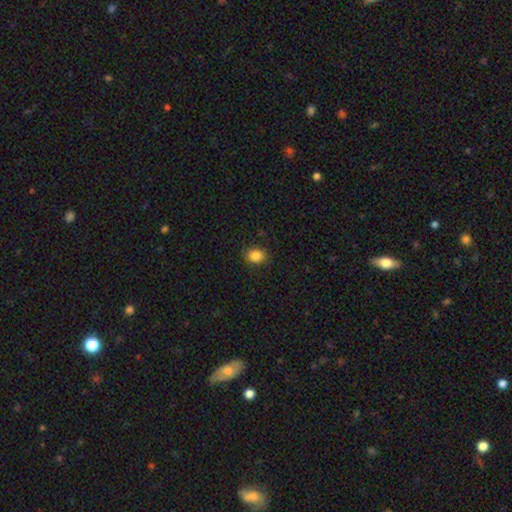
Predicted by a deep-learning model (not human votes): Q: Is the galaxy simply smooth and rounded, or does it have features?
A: smooth — 85%.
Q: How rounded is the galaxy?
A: in between — 57%.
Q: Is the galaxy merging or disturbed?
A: none — 87%.